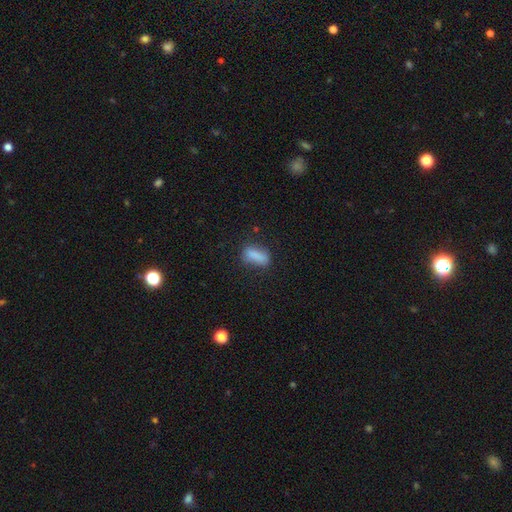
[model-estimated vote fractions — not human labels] Morphology: type=smooth (82%); roundness=in between (74%); merging=none (67%).